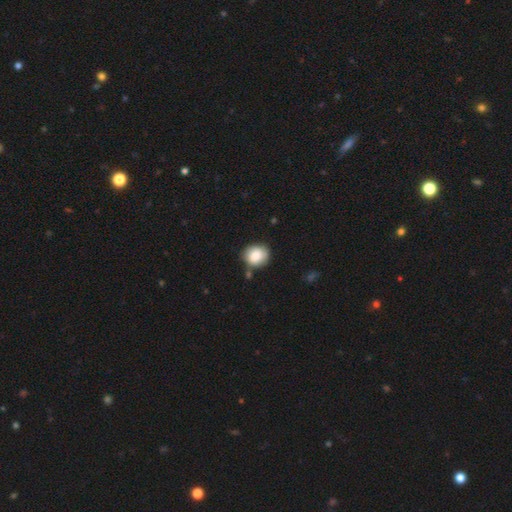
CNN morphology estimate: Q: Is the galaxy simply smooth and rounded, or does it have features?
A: smooth — 83%.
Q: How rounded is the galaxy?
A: round — 76%.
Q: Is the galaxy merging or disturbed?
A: none — 74%.